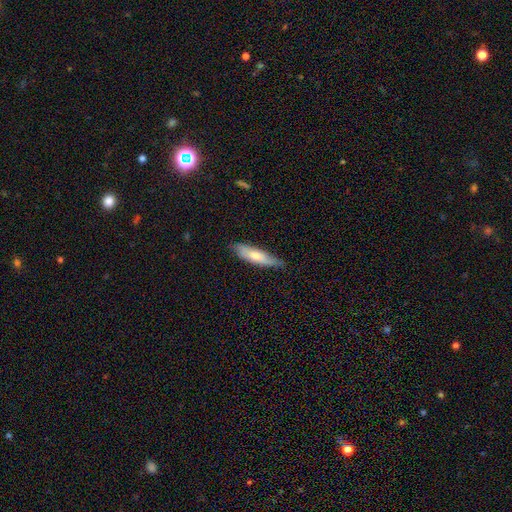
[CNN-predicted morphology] The model was most divided on "smooth or featured": smooth: 57%, featured or disk: 37%, star or artifact: 6%. More confident: merging — none (71%); how rounded — cigar-shaped (67%).